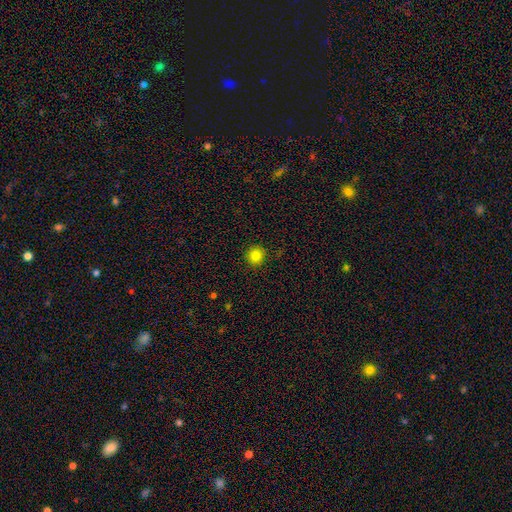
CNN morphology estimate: smooth 82%, star or artifact 12%, featured or disk 5%. Down the decision tree: how rounded — round (92%); merging — none (91%).